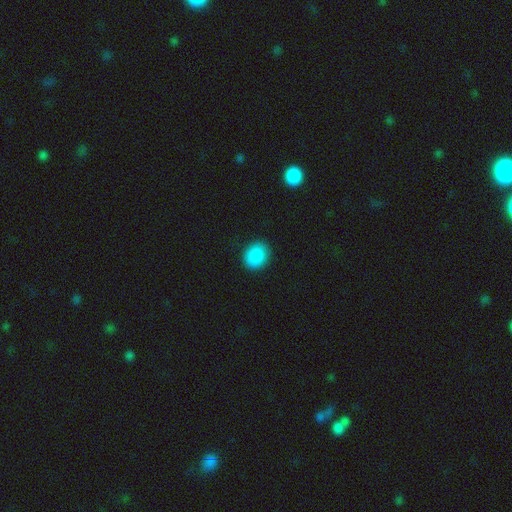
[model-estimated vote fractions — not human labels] A smooth galaxy with no disk features (89%) that is round (59%).

Vote fractions:
- Smooth or featured? smooth: 89% / star or artifact: 8% / featured or disk: 3%
- How rounded? round: 59% / in between: 40% / cigar-shaped: 1%
- Merging? none: 89% / minor disturbance: 8% / major disturbance: 2% / merger: 1%